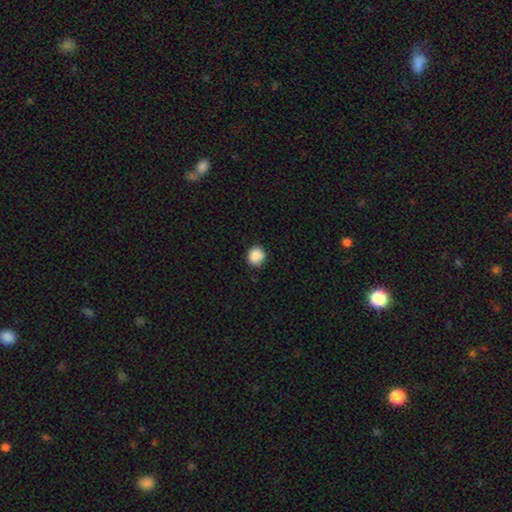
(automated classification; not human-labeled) smooth_or_featured: smooth (p=0.88) [alt: star or artifact p=0.09]
how_rounded: round (p=0.83) [alt: in between p=0.16]
merging: none (p=0.83) [alt: minor disturbance p=0.13]